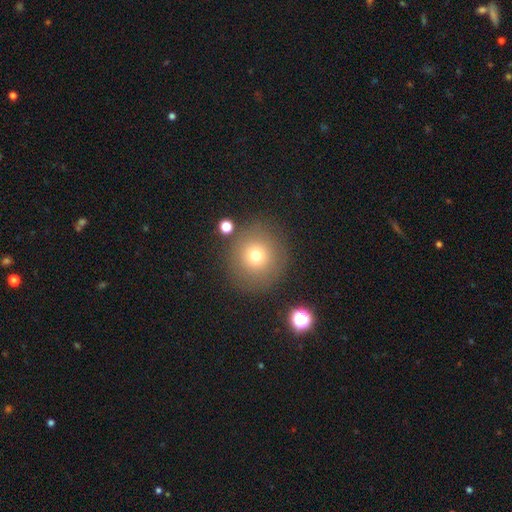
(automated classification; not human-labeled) Q: Smooth or featured?
A: smooth (74%); runner-up: star or artifact (14%)
Q: How rounded?
A: round (93%); runner-up: in between (6%)
Q: Merging?
A: none (84%); runner-up: minor disturbance (9%)